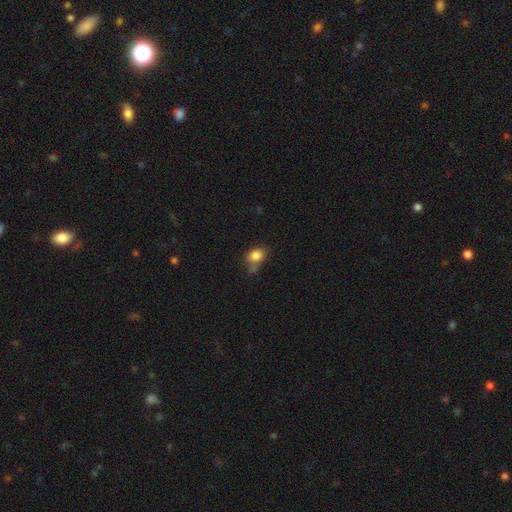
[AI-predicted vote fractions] The model was most divided on "how rounded": in between: 63%, round: 36%, cigar-shaped: 1%. More confident: smooth or featured — smooth (83%); merging — none (51%).